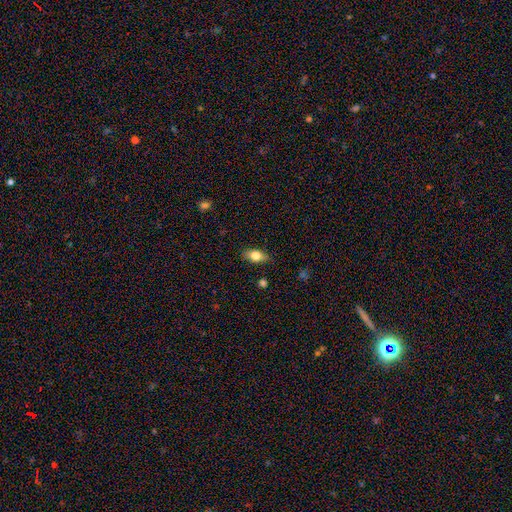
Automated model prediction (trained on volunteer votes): A smooth galaxy with no disk features (74%) that is in between round and cigar-shaped (84%). Merging: none (84%).